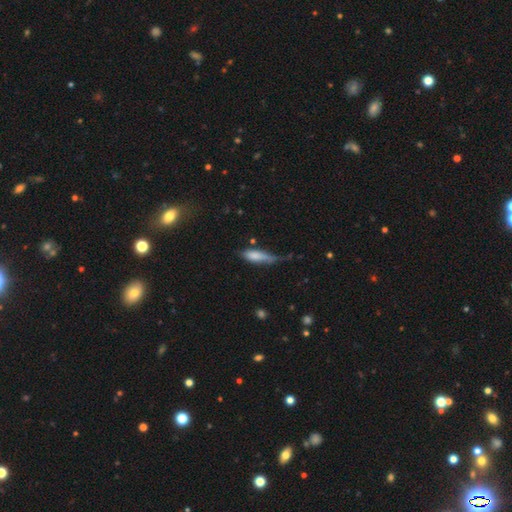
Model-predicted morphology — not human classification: Q: Smooth or featured?
A: smooth (76%); runner-up: featured or disk (17%)
Q: How rounded?
A: in between (50%); runner-up: cigar-shaped (48%)
Q: Merging?
A: minor disturbance (41%); runner-up: none (33%)